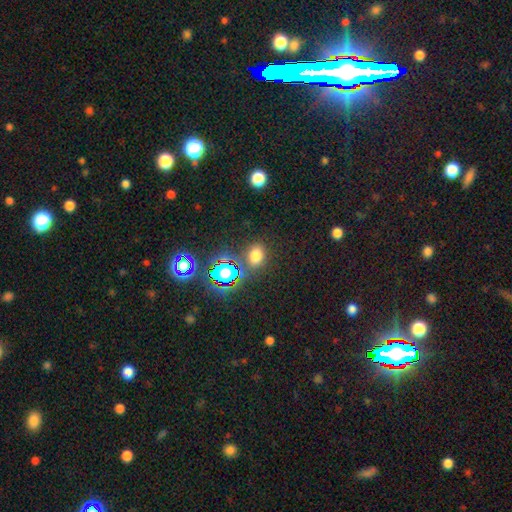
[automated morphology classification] Smooth or featured? smooth (66%)
How rounded? in between (59%)
Merging? none (80%)